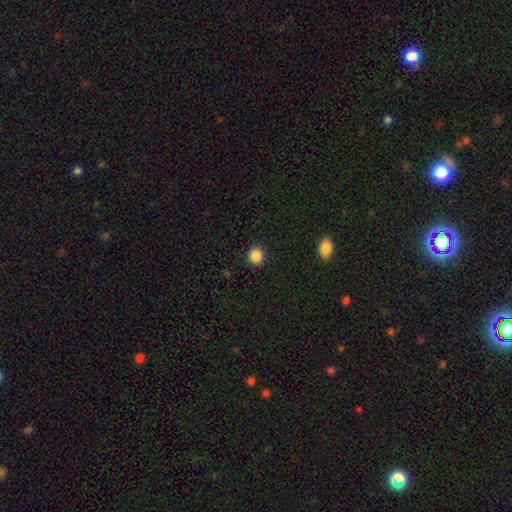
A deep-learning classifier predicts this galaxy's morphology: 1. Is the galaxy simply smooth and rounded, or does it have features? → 87% smooth, 10% star or artifact, 3% featured or disk.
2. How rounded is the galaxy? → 92% round, 7% in between, 1% cigar-shaped.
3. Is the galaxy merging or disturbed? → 92% none, 5% minor disturbance, 2% major disturbance, 1% merger.